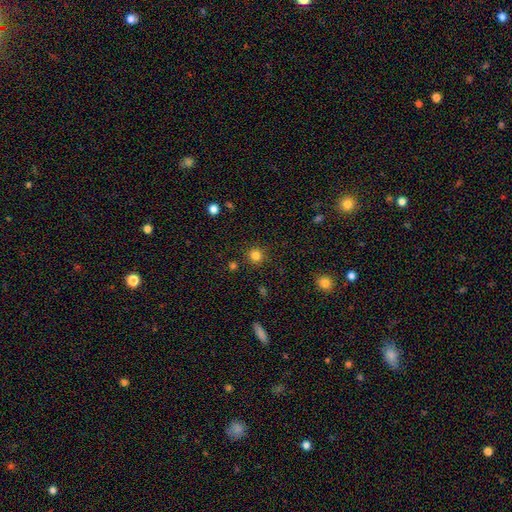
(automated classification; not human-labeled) Smooth or featured? smooth (82%)
How rounded? round (94%)
Merging? none (89%)